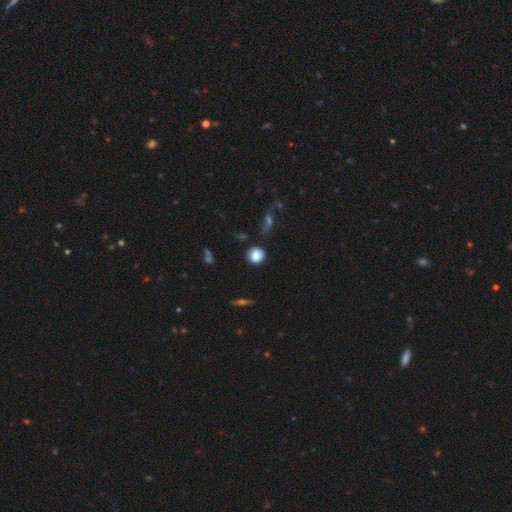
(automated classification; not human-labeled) This appears to be a smooth galaxy with no disk features (83%) that is round (86%). Merging: none (80%).